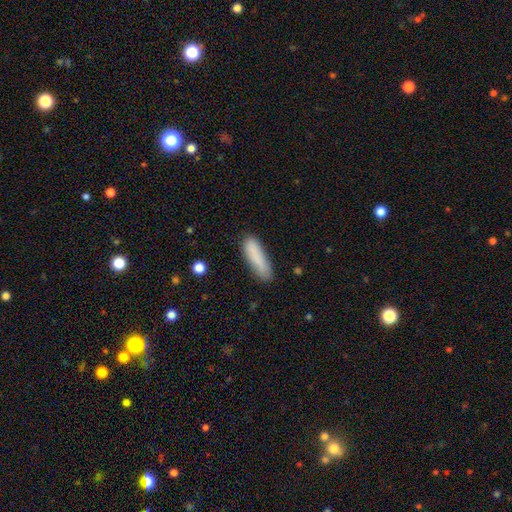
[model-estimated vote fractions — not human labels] This appears to be a smooth galaxy with no disk features (86%) that is cigar-shaped (63%). Merging: none (79%).